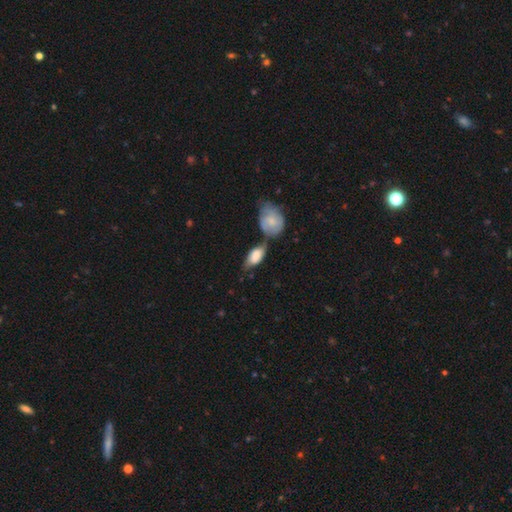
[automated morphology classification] This appears to be a smooth galaxy with no disk features (69%) that is in between round and cigar-shaped (88%). Merging: none (37%).